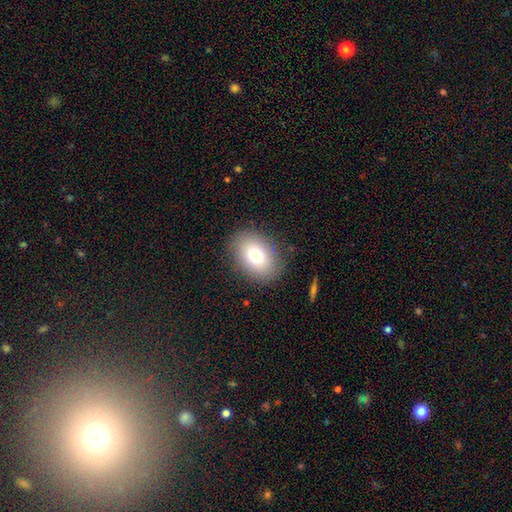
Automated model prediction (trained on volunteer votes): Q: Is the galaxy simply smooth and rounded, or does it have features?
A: smooth — 76%.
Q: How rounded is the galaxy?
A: in between — 72%.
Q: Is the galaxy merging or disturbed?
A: none — 85%.